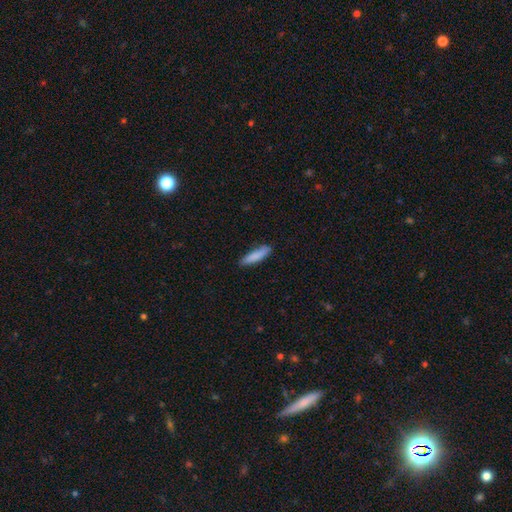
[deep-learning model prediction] Smooth or featured: smooth — 85% (featured or disk — 9%)
How rounded: cigar-shaped — 75% (in between — 24%)
Merging: none — 80% (minor disturbance — 16%)